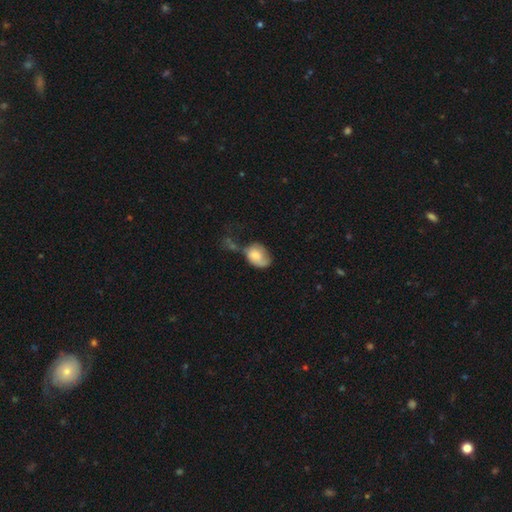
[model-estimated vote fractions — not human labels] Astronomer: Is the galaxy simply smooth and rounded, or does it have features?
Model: smooth — 69%.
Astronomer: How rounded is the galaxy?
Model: in between — 72%.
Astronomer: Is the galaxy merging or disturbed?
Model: minor disturbance — 29% (runner-up: none, 27%).